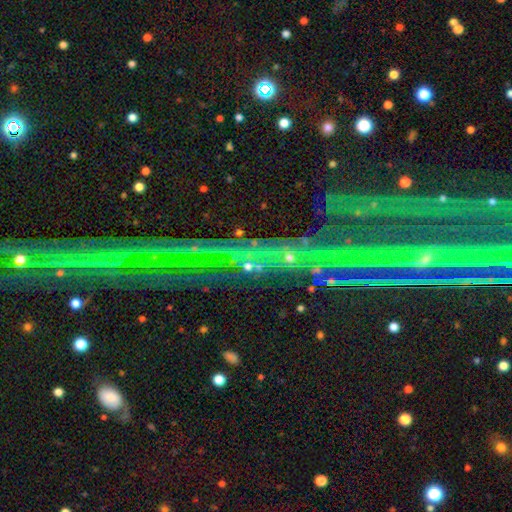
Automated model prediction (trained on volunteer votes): Q: Smooth or featured?
A: star or artifact (70%); runner-up: featured or disk (18%)